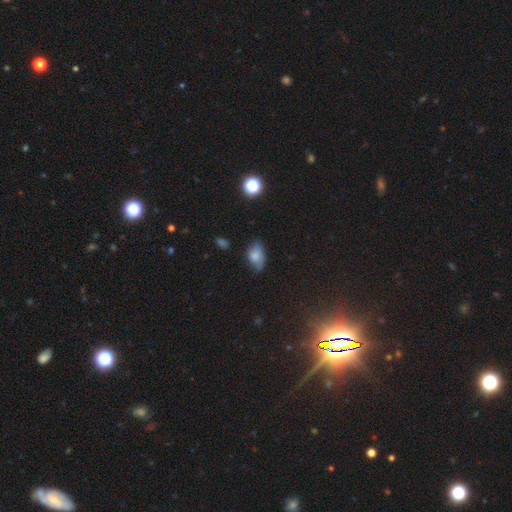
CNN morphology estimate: Overall: smooth (74%). How rounded: in between (88%). Merging: none (54%; minor disturbance 35%).